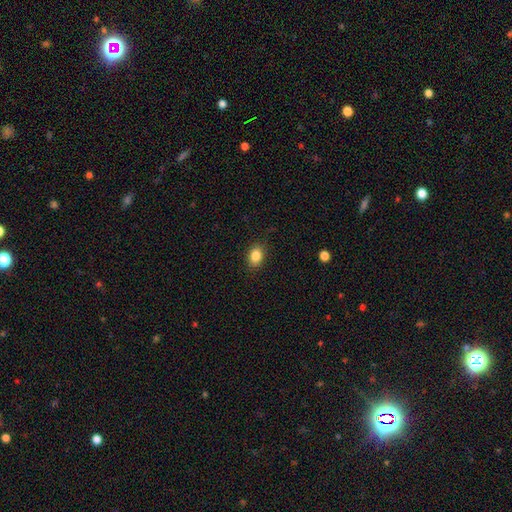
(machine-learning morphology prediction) Smooth or featured: smooth — 85% (star or artifact — 9%)
How rounded: in between — 70% (round — 29%)
Merging: none — 87% (minor disturbance — 10%)